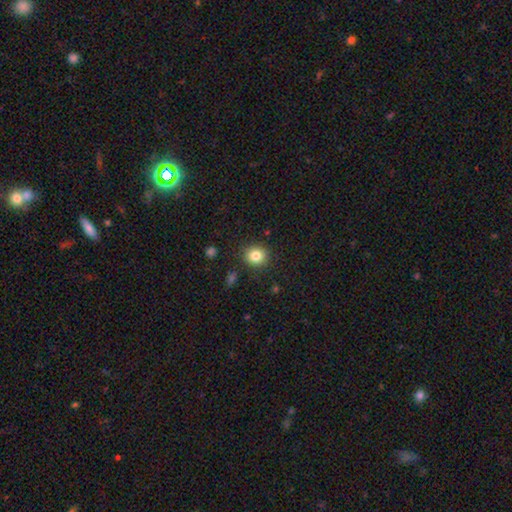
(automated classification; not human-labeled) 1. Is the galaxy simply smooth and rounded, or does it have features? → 82% smooth, 11% star or artifact, 7% featured or disk.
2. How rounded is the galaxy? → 85% round, 14% in between, 1% cigar-shaped.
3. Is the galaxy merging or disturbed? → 89% none, 7% minor disturbance, 2% major disturbance, 2% merger.